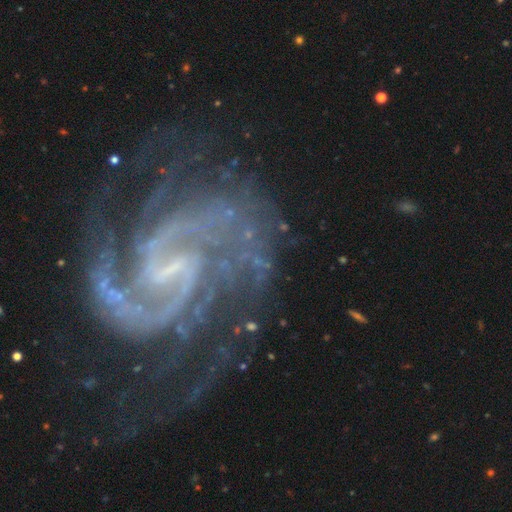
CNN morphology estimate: Smooth or featured?
  - featured or disk: 90% *
  - star or artifact: 7%
  - smooth: 3%
Edge-on disk?
  - no: 98% *
  - yes: 2%
Bar?
  - weak: 47% *
  - strong: 37%
  - no: 15%
Spiral arms?
  - yes: 97% *
  - no: 3%
Spiral winding?
  - medium: 51% *
  - tight: 29%
  - loose: 21%
Spiral arm count?
  - 2: 58% *
  - can't tell: 12%
  - 3: 10%
  - 4: 7%
  - 1: 6%
  - more than 4: 6%
Bulge size?
  - small: 56% *
  - none: 28%
  - moderate: 13%
  - large: 2%
  - dominant: 1%
Merging?
  - none: 60% *
  - major disturbance: 18%
  - minor disturbance: 17%
  - merger: 4%